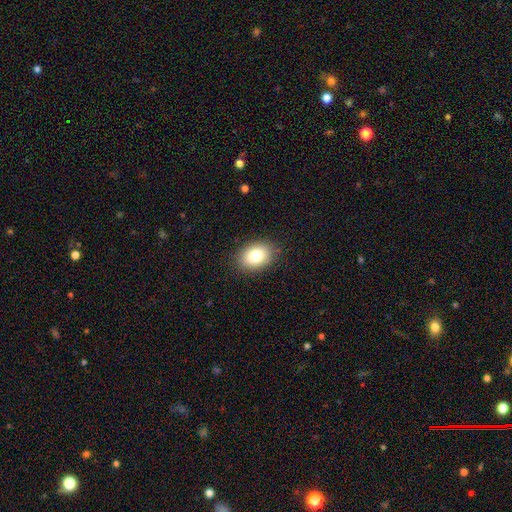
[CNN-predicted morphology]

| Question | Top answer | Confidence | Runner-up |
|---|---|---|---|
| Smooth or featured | smooth | 81% | featured or disk (10%) |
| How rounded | in between | 74% | round (25%) |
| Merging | none | 87% | minor disturbance (9%) |